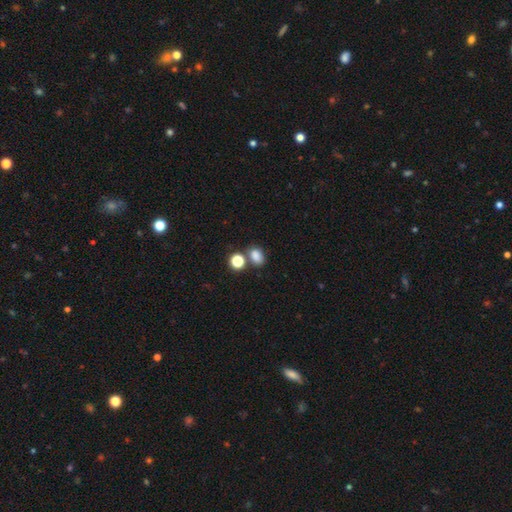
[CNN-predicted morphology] Q: Smooth or featured?
A: smooth (81%); runner-up: star or artifact (14%)
Q: How rounded?
A: in between (68%); runner-up: round (31%)
Q: Merging?
A: none (62%); runner-up: merger (21%)